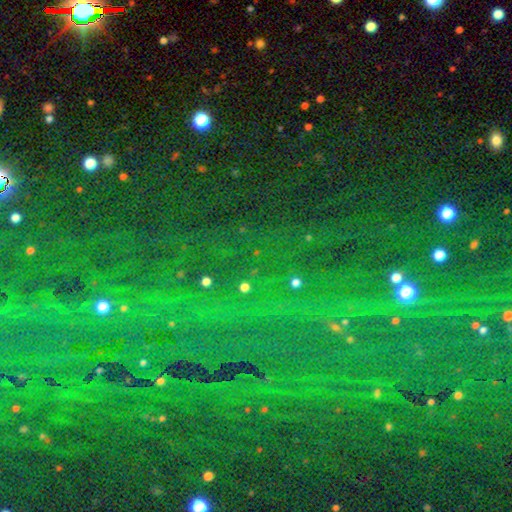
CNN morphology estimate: Smooth or featured? star or artifact (84%)